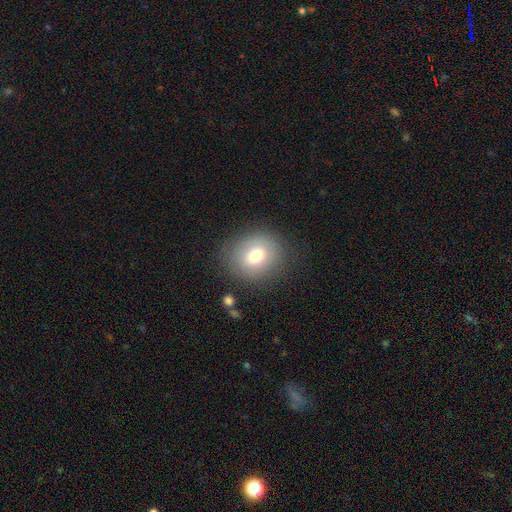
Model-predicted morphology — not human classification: A smooth galaxy with no disk features (75%) that is round (62%).

Vote fractions:
- Smooth or featured? smooth: 75% / featured or disk: 15% / star or artifact: 10%
- How rounded? round: 62% / in between: 37% / cigar-shaped: 1%
- Merging? none: 81% / minor disturbance: 12% / major disturbance: 5% / merger: 2%